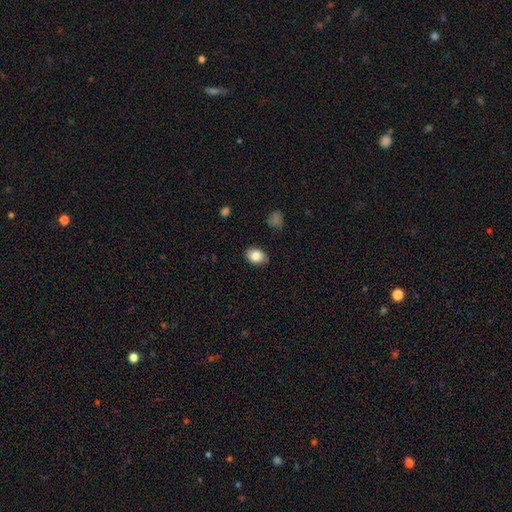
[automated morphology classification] Smooth or featured: smooth — 84% (star or artifact — 8%)
How rounded: in between — 69% (round — 30%)
Merging: none — 85% (minor disturbance — 12%)